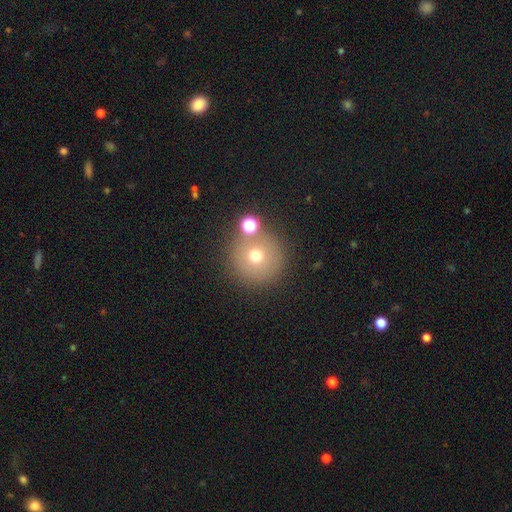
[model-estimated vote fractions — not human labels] Smooth or featured? Predicted: smooth (p=0.66). How rounded? Predicted: round (p=0.95). Merging? Predicted: none (p=0.76).